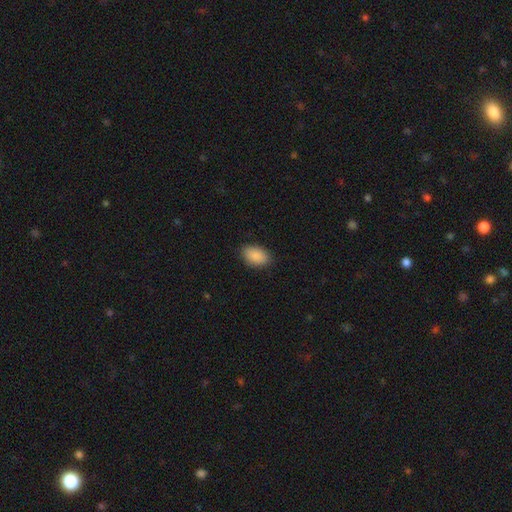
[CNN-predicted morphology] Q: Smooth or featured?
A: smooth (89%); runner-up: star or artifact (7%)
Q: How rounded?
A: in between (91%); runner-up: round (7%)
Q: Merging?
A: none (86%); runner-up: minor disturbance (11%)